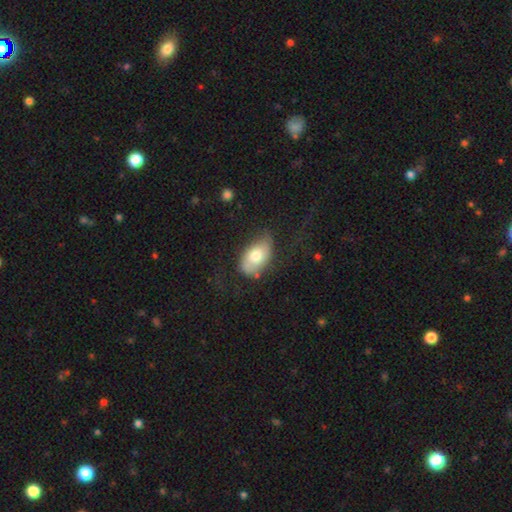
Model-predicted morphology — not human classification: Q: Smooth or featured?
A: smooth (67%); runner-up: featured or disk (26%)
Q: How rounded?
A: in between (92%); runner-up: round (6%)
Q: Merging?
A: none (52%); runner-up: minor disturbance (28%)